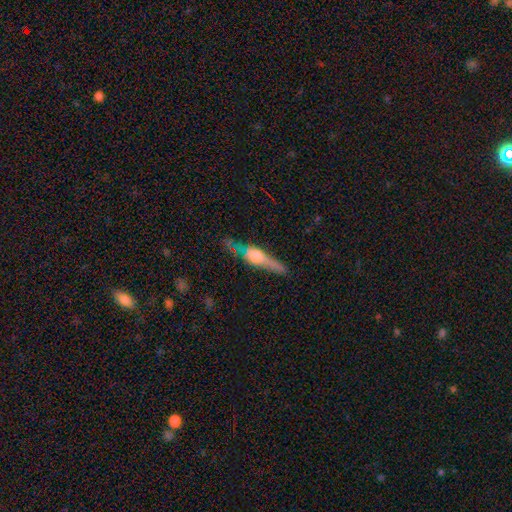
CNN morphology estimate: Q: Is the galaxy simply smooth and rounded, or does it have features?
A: featured or disk — 55%.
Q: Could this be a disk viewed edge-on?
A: yes — 90%.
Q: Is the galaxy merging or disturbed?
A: none — 57%.